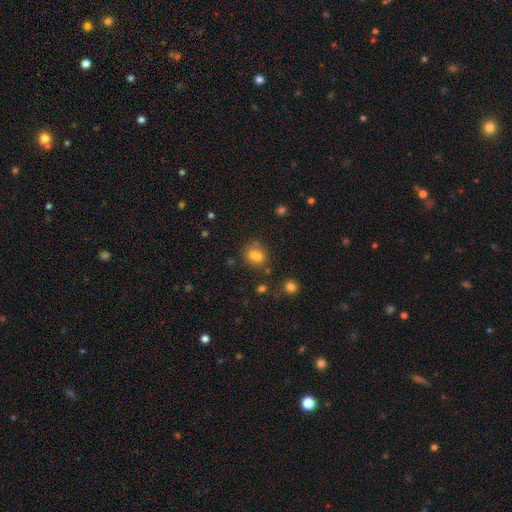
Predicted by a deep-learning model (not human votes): A smooth galaxy with no disk features (68%) that is round (58%). Merging: merger (43%).